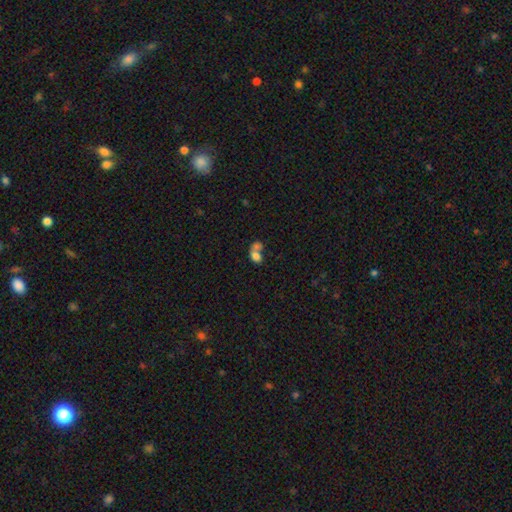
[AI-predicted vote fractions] Smooth or featured? smooth (73%)
How rounded? in between (68%)
Merging? merger (71%)